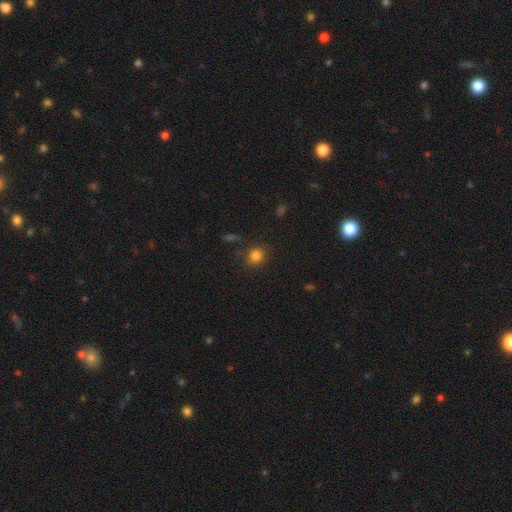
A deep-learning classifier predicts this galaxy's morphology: Smooth or featured?
  - smooth: 82% *
  - star or artifact: 13%
  - featured or disk: 5%
How rounded?
  - round: 83% *
  - in between: 16%
  - cigar-shaped: 1%
Merging?
  - none: 84% *
  - minor disturbance: 10%
  - major disturbance: 3%
  - merger: 3%